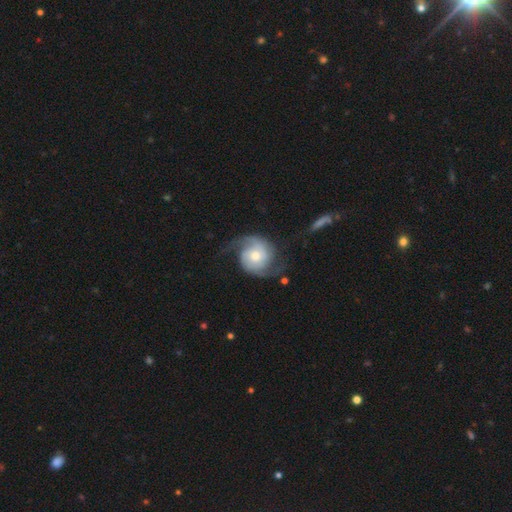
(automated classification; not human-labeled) Smooth or featured?
  - featured or disk: 82% *
  - smooth: 13%
  - star or artifact: 5%
Edge-on disk?
  - no: 98% *
  - yes: 2%
Bar?
  - no: 70% *
  - weak: 25%
  - strong: 5%
Spiral arms?
  - yes: 96% *
  - no: 4%
Spiral winding?
  - medium: 43% *
  - loose: 34%
  - tight: 22%
Spiral arm count?
  - 2: 89% *
  - can't tell: 4%
  - 1: 3%
  - 3: 2%
  - 4: 1%
  - more than 4: 1%
Bulge size?
  - moderate: 62% *
  - small: 28%
  - large: 7%
  - none: 2%
  - dominant: 1%
Merging?
  - none: 68% *
  - minor disturbance: 17%
  - major disturbance: 13%
  - merger: 2%